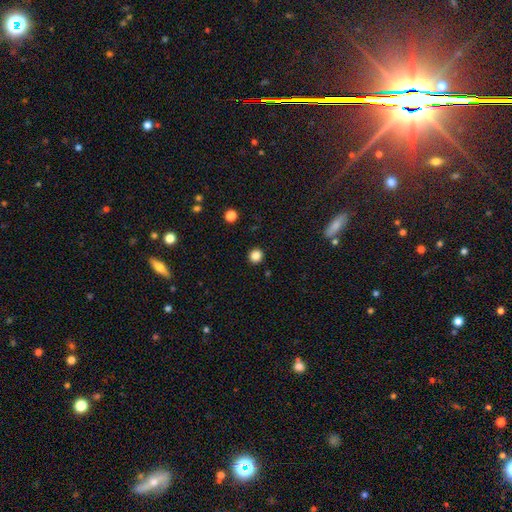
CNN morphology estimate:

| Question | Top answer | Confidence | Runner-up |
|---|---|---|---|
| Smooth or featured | smooth | 85% | star or artifact (11%) |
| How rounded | round | 94% | in between (5%) |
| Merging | none | 93% | minor disturbance (4%) |